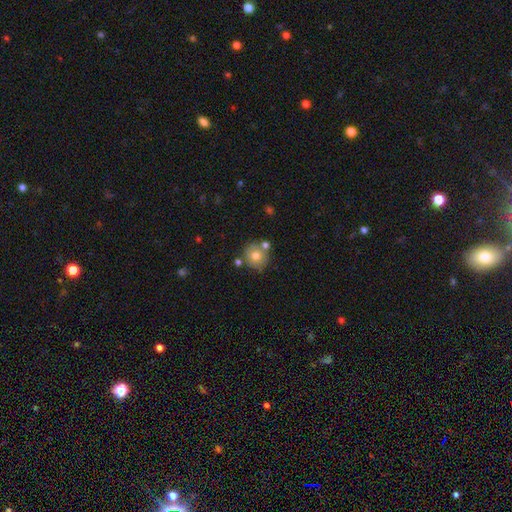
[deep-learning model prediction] A smooth galaxy with no disk features (74%) that is round (91%).

Vote fractions:
- Smooth or featured? smooth: 74% / featured or disk: 16% / star or artifact: 10%
- How rounded? round: 91% / in between: 8% / cigar-shaped: 1%
- Merging? none: 71% / merger: 15% / minor disturbance: 11% / major disturbance: 3%